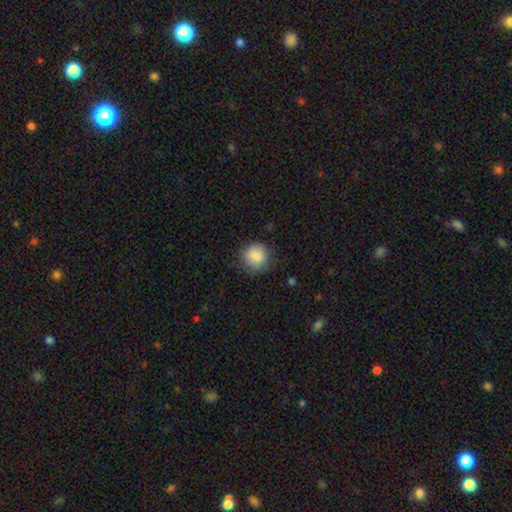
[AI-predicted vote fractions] Smooth or featured? Predicted: smooth (p=0.87). How rounded? Predicted: round (p=0.88). Merging? Predicted: none (p=0.79).